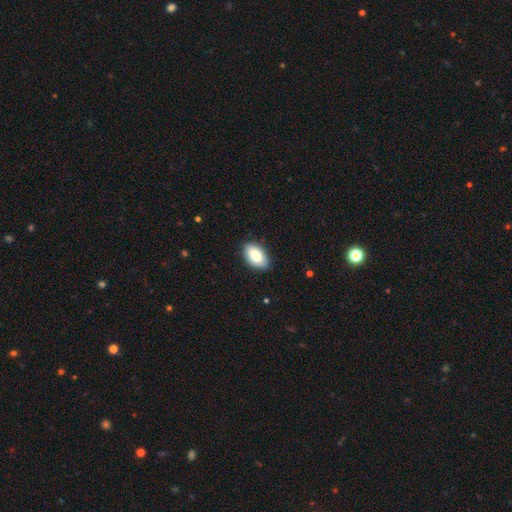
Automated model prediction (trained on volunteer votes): Q: Smooth or featured?
A: smooth (86%); runner-up: featured or disk (7%)
Q: How rounded?
A: in between (95%); runner-up: round (4%)
Q: Merging?
A: none (86%); runner-up: minor disturbance (11%)